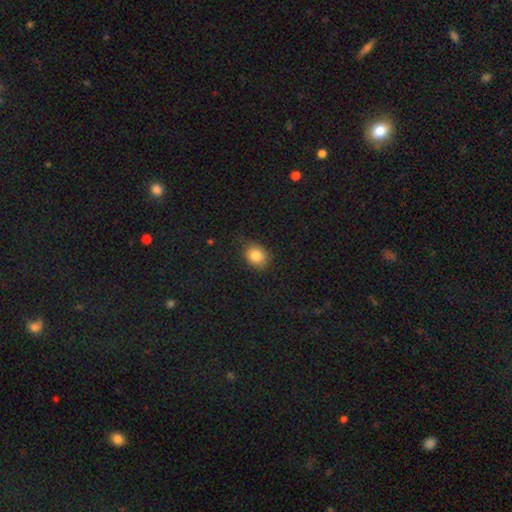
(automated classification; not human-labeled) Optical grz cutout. It shows a smooth galaxy with no disk features (84%) that is round (54%). Merging: none (83%).